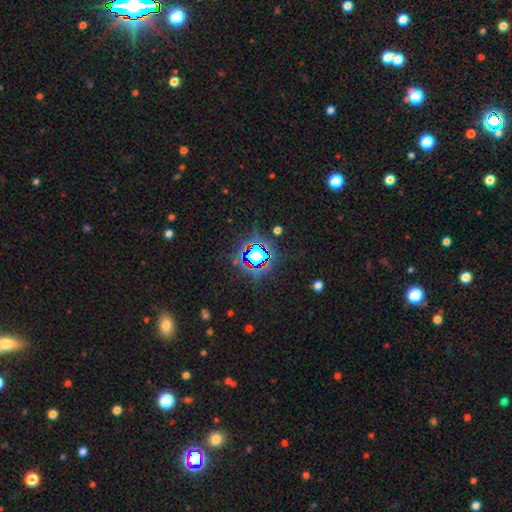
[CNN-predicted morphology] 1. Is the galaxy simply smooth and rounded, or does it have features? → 72% star or artifact, 17% smooth, 11% featured or disk.